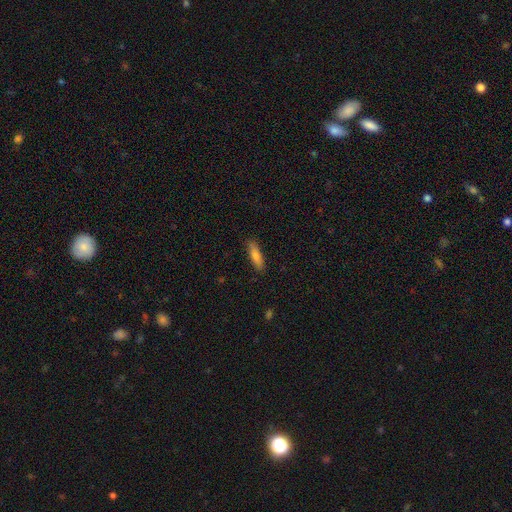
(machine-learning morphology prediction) The model was most divided on "how rounded": cigar-shaped: 61%, in between: 38%, round: 2%. More confident: merging — none (87%); smooth or featured — smooth (81%).